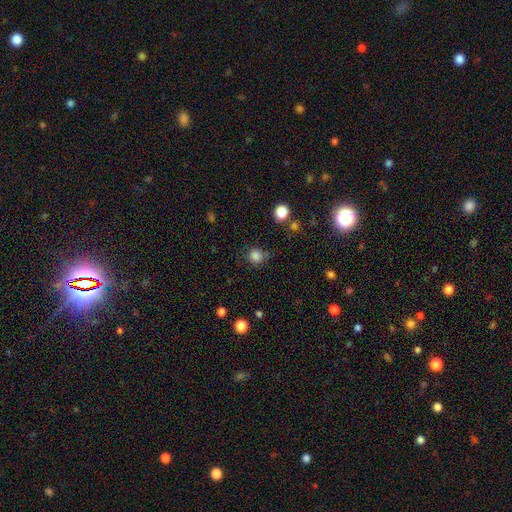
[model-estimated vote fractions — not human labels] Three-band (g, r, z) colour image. It shows a smooth galaxy with no disk features (83%) that is round (92%). Merging: none (77%).